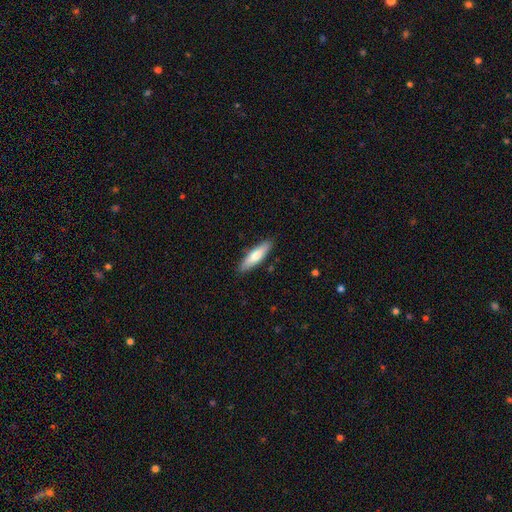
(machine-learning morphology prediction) A smooth galaxy with no disk features (67%) that is cigar-shaped (65%).

Vote fractions:
- Smooth or featured? smooth: 67% / featured or disk: 27% / star or artifact: 6%
- How rounded? cigar-shaped: 65% / in between: 33% / round: 2%
- Merging? none: 88% / minor disturbance: 9% / major disturbance: 2% / merger: 1%